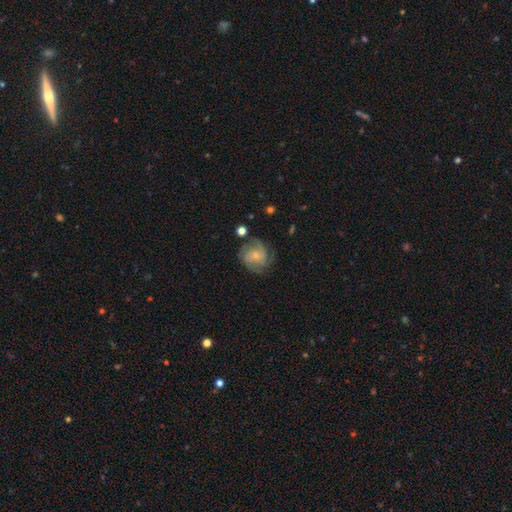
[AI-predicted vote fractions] Overall: featured or disk (68%). Edge-on disk: no (98%). Bar: no (70%). Spiral arms: yes (91%). Spiral arm count: 3 (34%; can't tell 24%). Spiral winding: medium (43%; tight 42%). Bulge size: small (66%). Merging: none (65%).